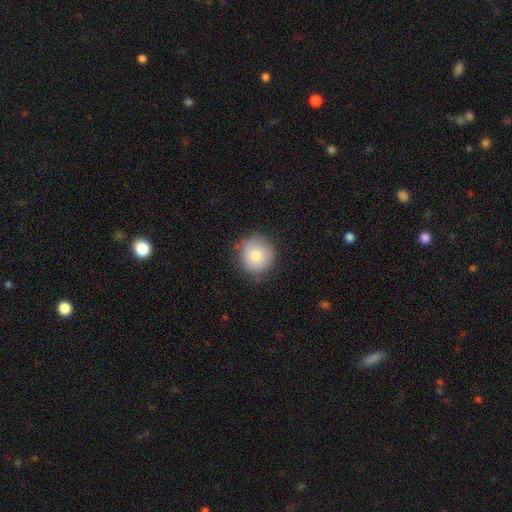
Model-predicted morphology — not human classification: A smooth galaxy with no disk features (80%) that is round (92%). Merging: none (80%).